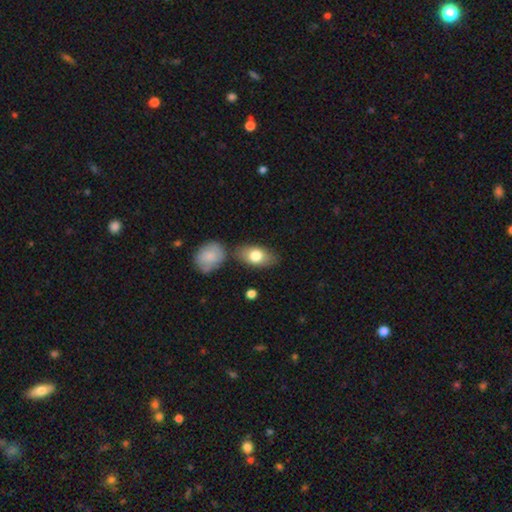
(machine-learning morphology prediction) Smooth or featured?
  - smooth: 77% *
  - featured or disk: 17%
  - star or artifact: 6%
How rounded?
  - in between: 88% *
  - round: 8%
  - cigar-shaped: 4%
Merging?
  - none: 72% *
  - minor disturbance: 14%
  - merger: 10%
  - major disturbance: 4%